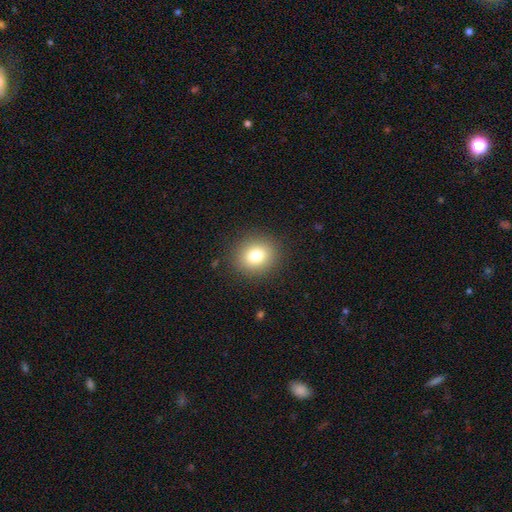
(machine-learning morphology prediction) This is likely a smooth galaxy (79%). How rounded: likely round (77%). Merging: clearly none (89%).